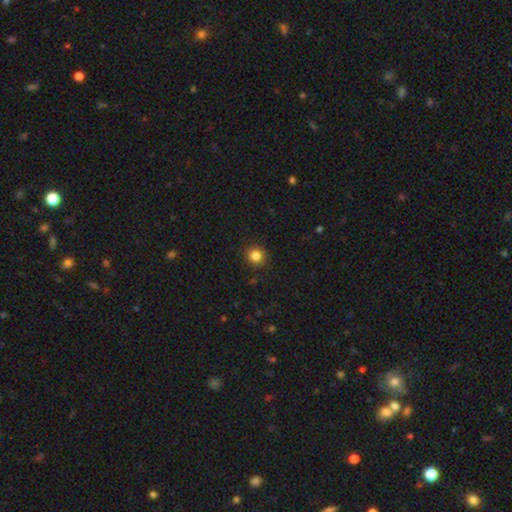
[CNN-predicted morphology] Smooth or featured? smooth (84%)
How rounded? round (92%)
Merging? none (91%)